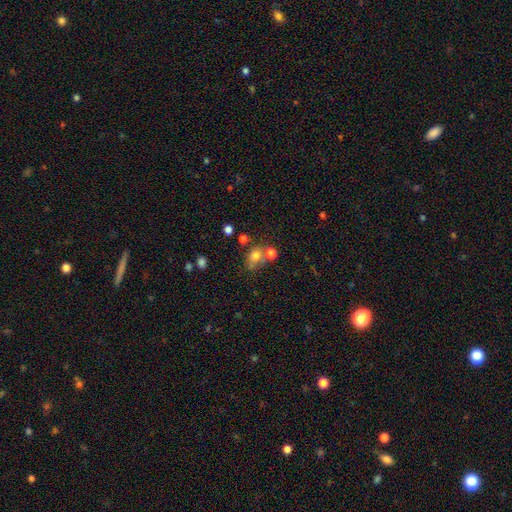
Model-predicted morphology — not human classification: smooth_or_featured: smooth (p=0.73) [alt: star or artifact p=0.15]
how_rounded: round (p=0.54) [alt: in between p=0.44]
merging: none (p=0.46) [alt: merger p=0.27]